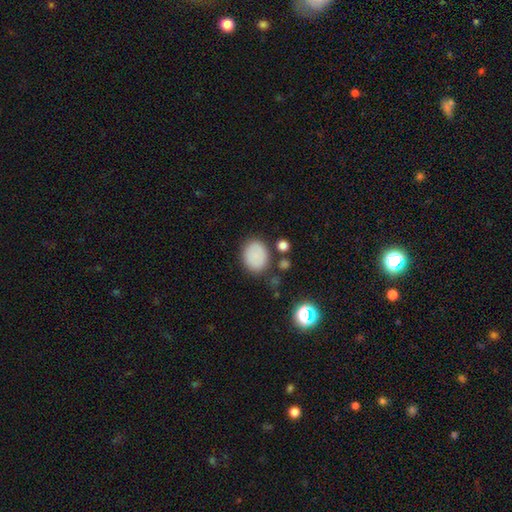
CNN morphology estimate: Q: Smooth or featured?
A: smooth (84%); runner-up: star or artifact (9%)
Q: How rounded?
A: round (50%); runner-up: in between (49%)
Q: Merging?
A: none (79%); runner-up: minor disturbance (13%)